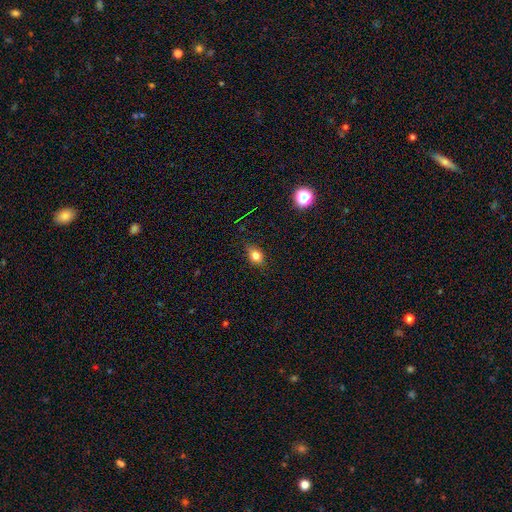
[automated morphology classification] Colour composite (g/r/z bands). It shows a smooth galaxy with no disk features (77%) that is in between round and cigar-shaped (67%). Merging: none (81%).